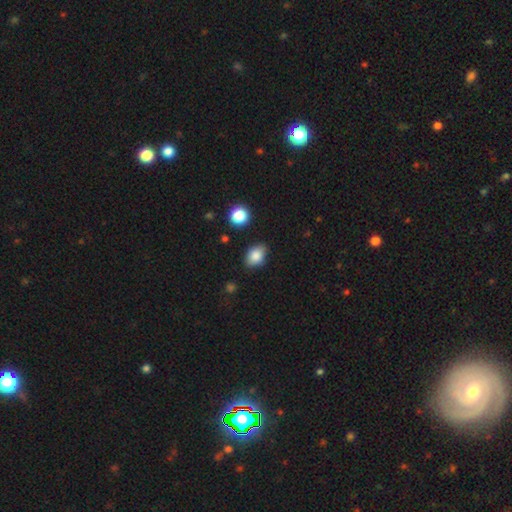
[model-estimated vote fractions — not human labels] The model was most divided on "how rounded": in between: 80%, round: 18%, cigar-shaped: 1%. More confident: smooth or featured — smooth (84%); merging — none (81%).